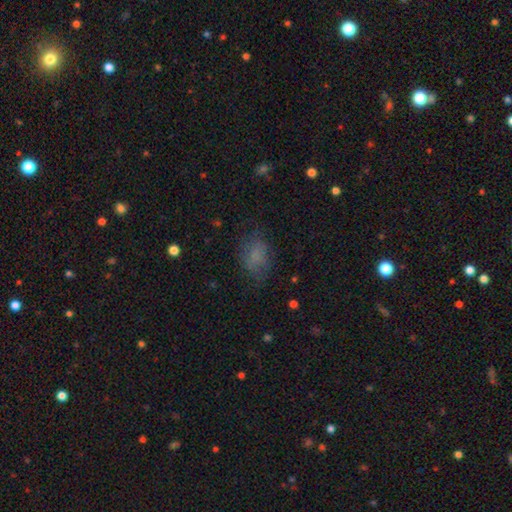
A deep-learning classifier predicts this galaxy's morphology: Smooth or featured: smooth — 73% (star or artifact — 14%)
How rounded: in between — 79% (round — 20%)
Merging: none — 67% (minor disturbance — 20%)